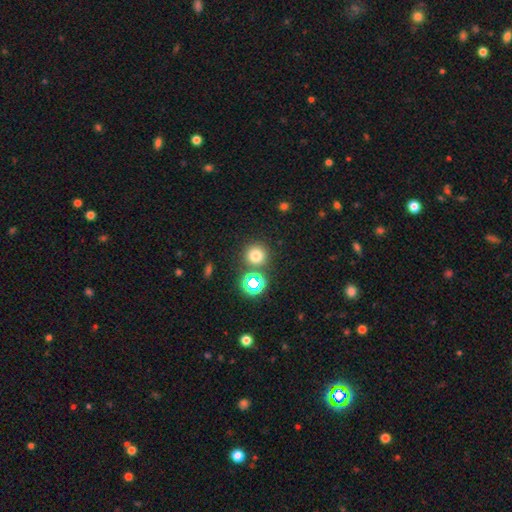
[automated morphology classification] type=smooth (71%); roundness=round (93%); merging=none (79%).